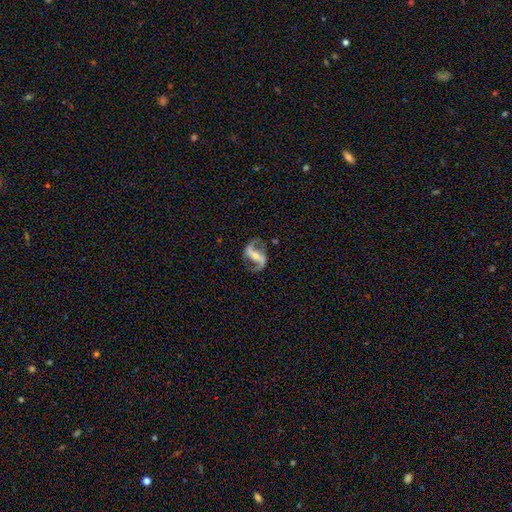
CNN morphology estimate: This is clearly a featured or disk galaxy (89%). It is clearly not viewed edge-on (96%). Bar: likely strong (65%). Spiral arm pattern: clearly yes (95%). Spiral arm count: clearly 2 (93%). Spiral winding: possibly loose (49%). Central bulge: possibly small (51%). Merging: likely none (78%).